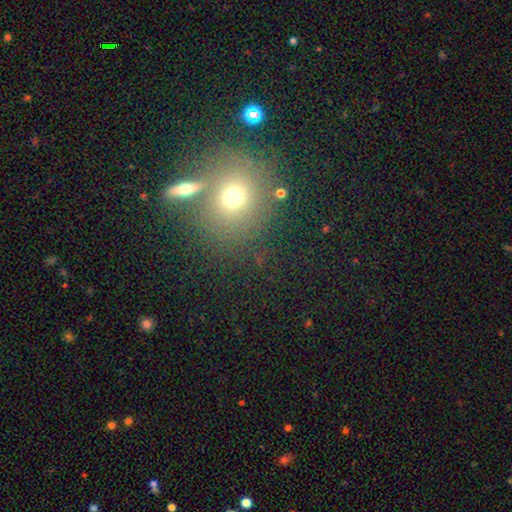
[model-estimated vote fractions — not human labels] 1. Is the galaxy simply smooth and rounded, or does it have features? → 58% smooth, 28% star or artifact, 14% featured or disk.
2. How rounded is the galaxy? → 79% round, 19% in between, 1% cigar-shaped.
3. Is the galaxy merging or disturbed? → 65% none, 20% merger, 10% minor disturbance, 5% major disturbance.